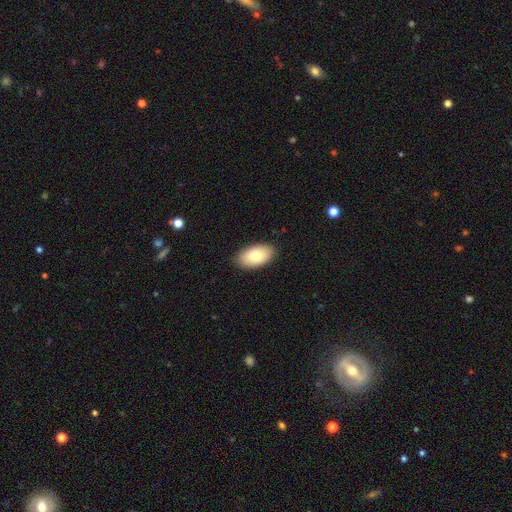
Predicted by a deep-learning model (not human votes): smooth_or_featured: smooth (p=0.80) [alt: featured or disk p=0.13]
how_rounded: in between (p=0.95) [alt: round p=0.04]
merging: none (p=0.89) [alt: minor disturbance p=0.09]